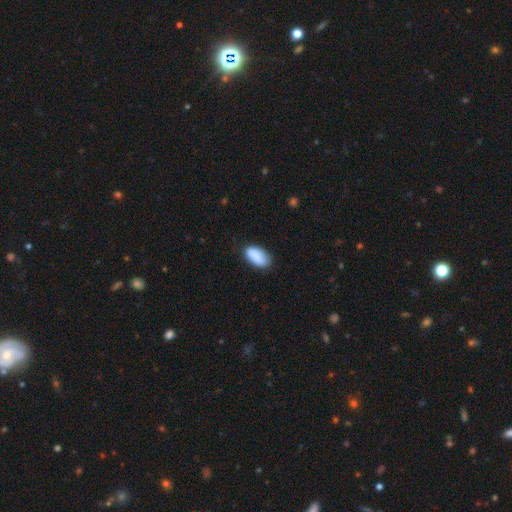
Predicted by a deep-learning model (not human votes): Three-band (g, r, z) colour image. It shows a smooth galaxy with no disk features (87%) that is in between round and cigar-shaped (93%). Merging: none (78%).